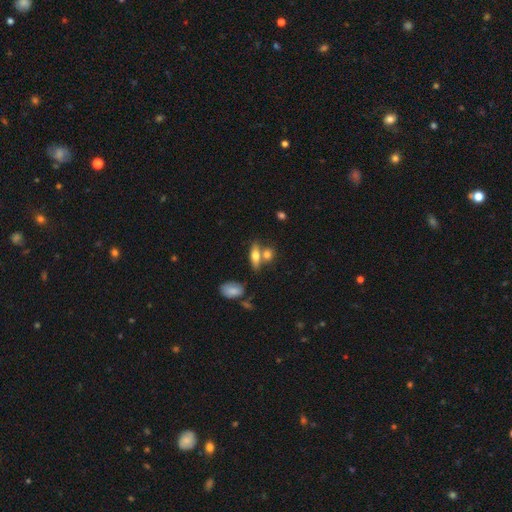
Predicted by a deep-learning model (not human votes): Smooth or featured? smooth (62%)
How rounded? in between (61%)
Merging? none (53%)